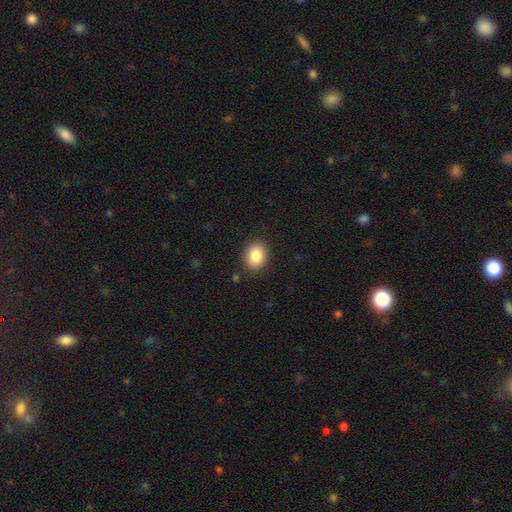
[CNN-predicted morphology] Smooth or featured?
  - smooth: 86% *
  - star or artifact: 8%
  - featured or disk: 6%
How rounded?
  - in between: 61% *
  - round: 38%
  - cigar-shaped: 1%
Merging?
  - none: 88% *
  - minor disturbance: 9%
  - major disturbance: 2%
  - merger: 1%